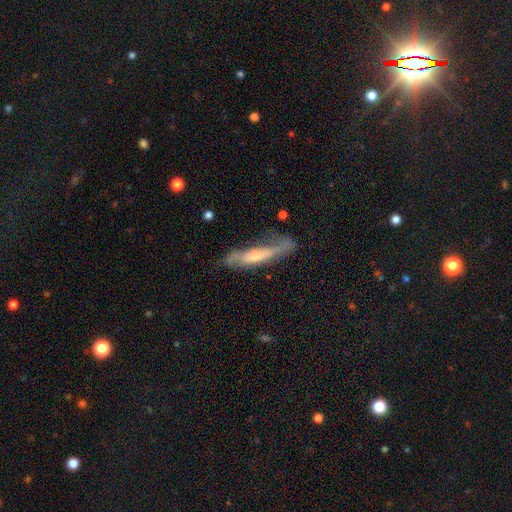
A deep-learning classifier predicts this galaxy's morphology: Smooth or featured?
  - featured or disk: 61% *
  - smooth: 33%
  - star or artifact: 7%
Edge-on disk?
  - yes: 58% *
  - no: 42%
Merging?
  - none: 55% *
  - minor disturbance: 26%
  - major disturbance: 15%
  - merger: 3%